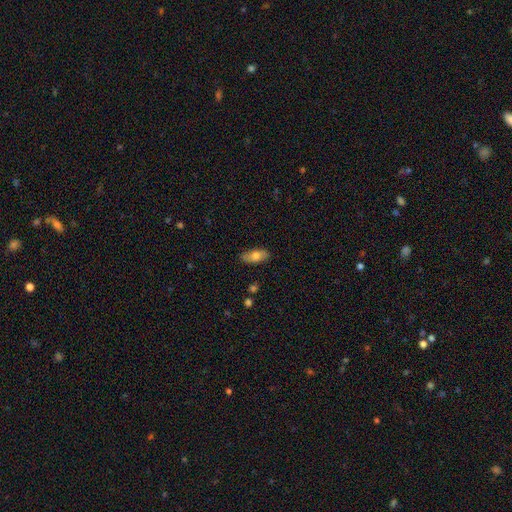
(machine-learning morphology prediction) Smooth or featured? smooth (72%)
How rounded? in between (84%)
Merging? none (86%)